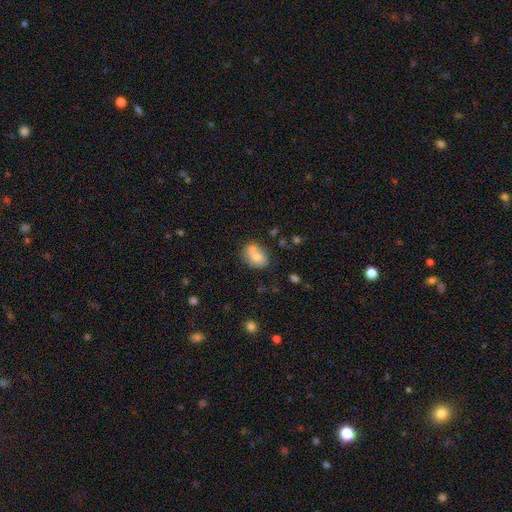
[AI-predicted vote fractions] Smooth or featured? smooth (68%)
How rounded? in between (66%)
Merging? none (43%)